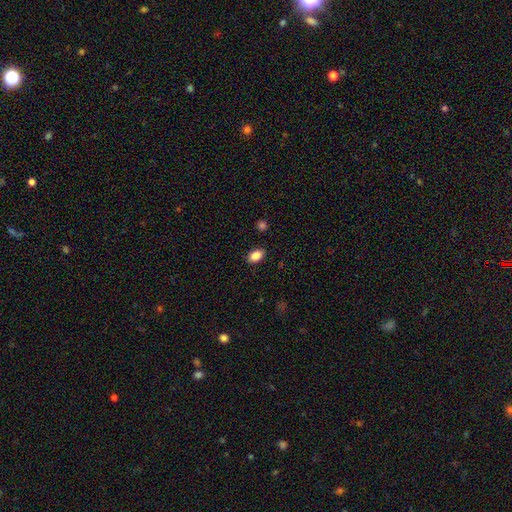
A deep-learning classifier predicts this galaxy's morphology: type=smooth (86%); roundness=in between (88%); merging=none (87%).